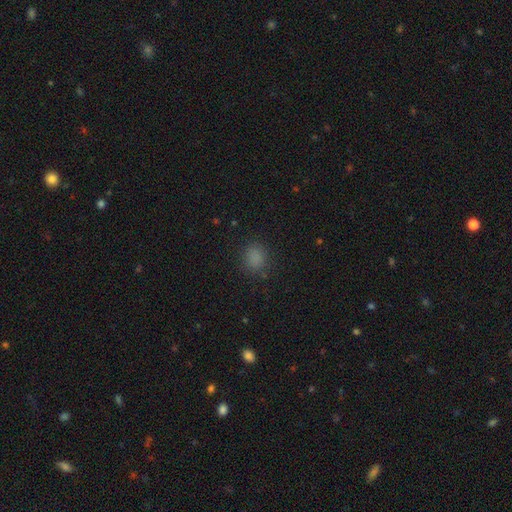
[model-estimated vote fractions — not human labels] Smooth or featured: smooth — 81% (star or artifact — 15%)
How rounded: round — 67% (in between — 32%)
Merging: none — 85% (minor disturbance — 10%)